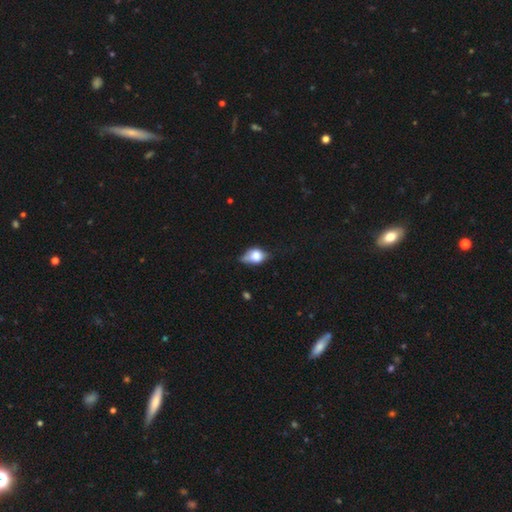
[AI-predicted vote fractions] Smooth or featured?
  - smooth: 59% *
  - featured or disk: 31%
  - star or artifact: 10%
How rounded?
  - in between: 70% *
  - round: 25%
  - cigar-shaped: 5%
Merging?
  - none: 43% *
  - minor disturbance: 37%
  - major disturbance: 15%
  - merger: 5%